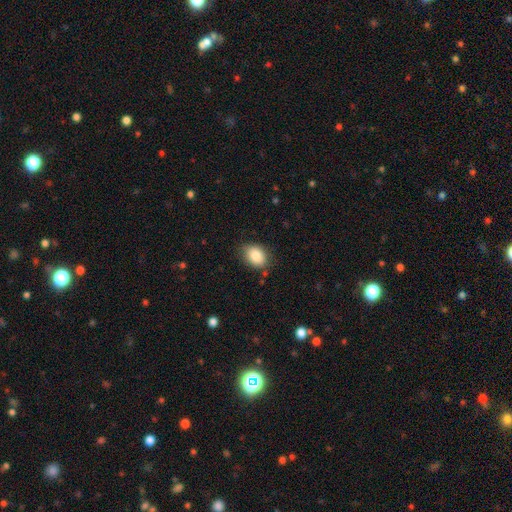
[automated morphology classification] Q: Smooth or featured?
A: smooth (84%); runner-up: star or artifact (8%)
Q: How rounded?
A: in between (65%); runner-up: round (34%)
Q: Merging?
A: none (80%); runner-up: minor disturbance (16%)